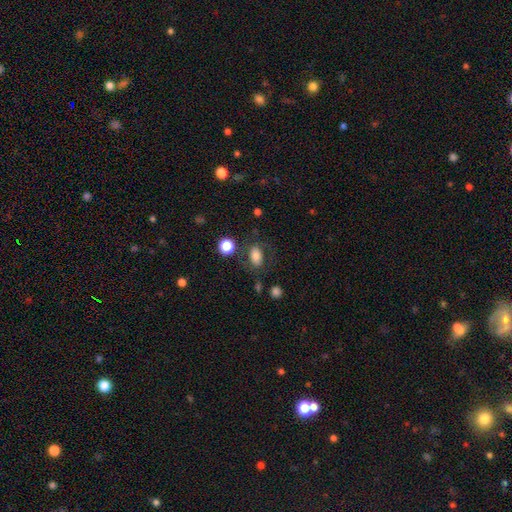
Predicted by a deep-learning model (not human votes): smooth 70%, featured or disk 19%, star or artifact 11%. Down the decision tree: how rounded — in between (81%); merging — none (66%).